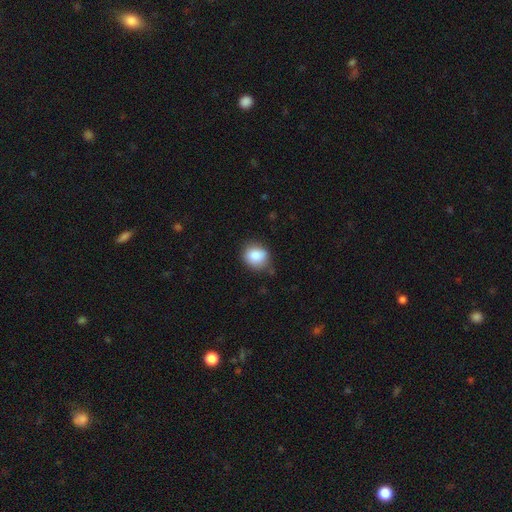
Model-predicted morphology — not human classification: This is clearly a smooth galaxy (85%). How rounded: likely round (68%). Merging: likely none (71%).